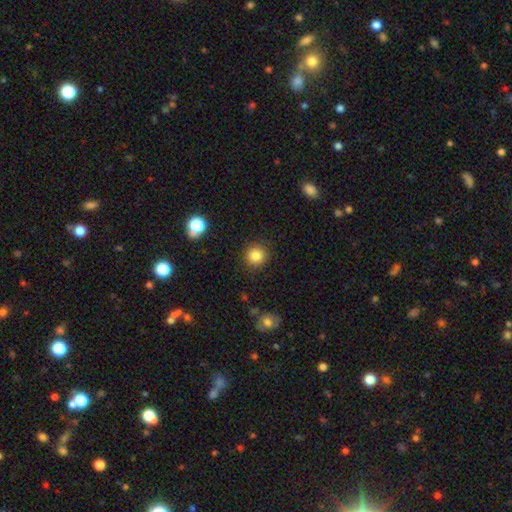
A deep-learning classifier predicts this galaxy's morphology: smooth-or-featured: smooth: 84% | star or artifact: 11% | featured or disk: 5%
  how-rounded: round: 91% | in between: 8% | cigar-shaped: 1%
  merging: none: 90% | minor disturbance: 7% | major disturbance: 2% | merger: 1%